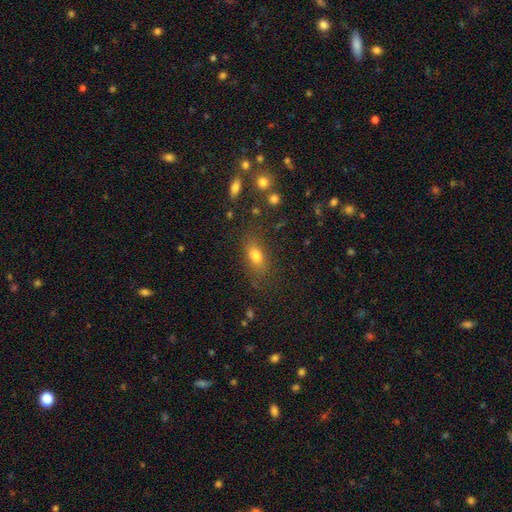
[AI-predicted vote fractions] Smooth or featured? smooth (75%)
How rounded? in between (76%)
Merging? none (75%)